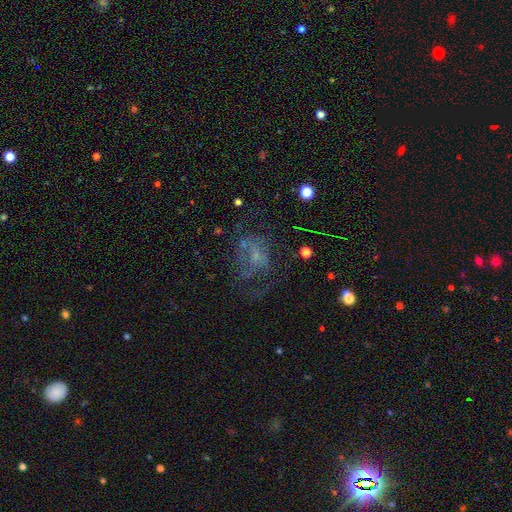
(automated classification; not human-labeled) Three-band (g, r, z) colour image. It shows a featured or disk galaxy (55%) with no bar (72%), no spiral arms (59%) and a small central bulge (54%). Merging: none (42%).